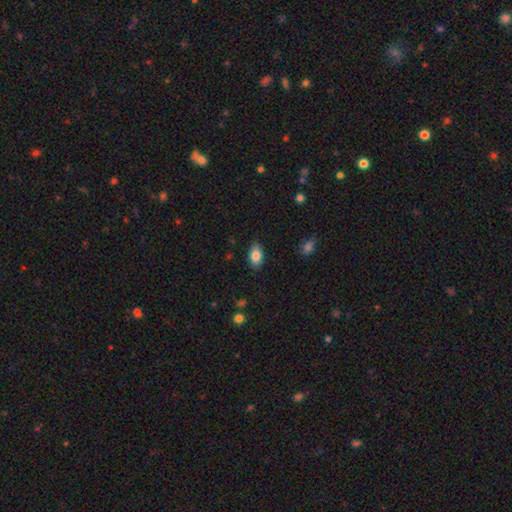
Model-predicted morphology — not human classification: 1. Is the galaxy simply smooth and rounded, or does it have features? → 83% smooth, 9% featured or disk, 7% star or artifact.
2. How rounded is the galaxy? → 91% in between, 6% round, 3% cigar-shaped.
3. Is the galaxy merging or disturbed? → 85% none, 12% minor disturbance, 2% major disturbance, 1% merger.